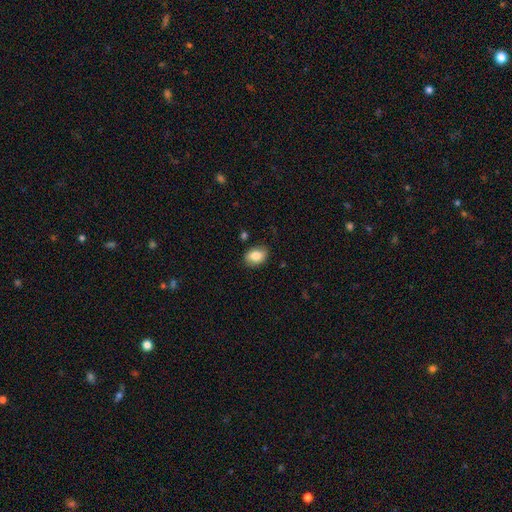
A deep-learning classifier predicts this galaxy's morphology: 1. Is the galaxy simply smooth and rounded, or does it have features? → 84% smooth, 8% featured or disk, 8% star or artifact.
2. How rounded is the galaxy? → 75% in between, 24% round, 1% cigar-shaped.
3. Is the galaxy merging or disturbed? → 85% none, 11% minor disturbance, 2% major disturbance, 2% merger.